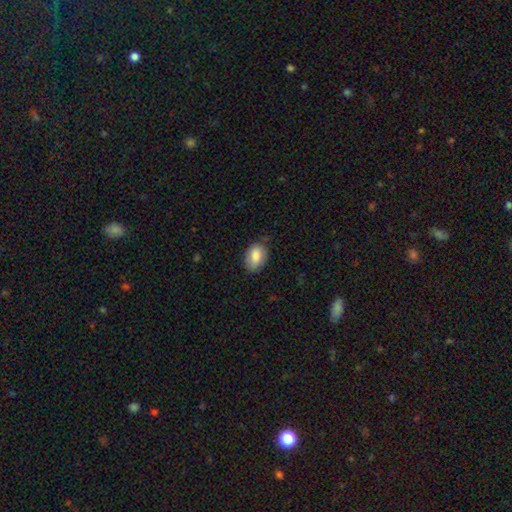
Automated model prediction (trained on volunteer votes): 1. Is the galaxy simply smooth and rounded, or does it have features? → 85% smooth, 8% featured or disk, 7% star or artifact.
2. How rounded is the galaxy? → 87% in between, 12% round, 1% cigar-shaped.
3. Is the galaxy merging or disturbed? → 76% none, 19% minor disturbance, 4% major disturbance, 1% merger.